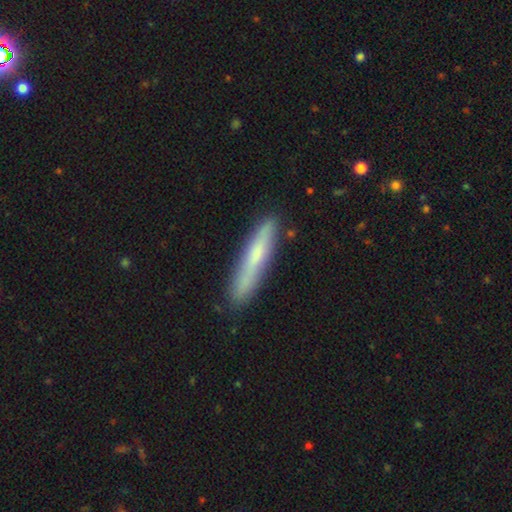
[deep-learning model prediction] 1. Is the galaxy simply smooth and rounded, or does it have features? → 58% smooth, 36% featured or disk, 6% star or artifact.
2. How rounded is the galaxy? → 92% cigar-shaped, 7% in between, 1% round.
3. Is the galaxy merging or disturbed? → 85% none, 11% minor disturbance, 2% major disturbance, 2% merger.